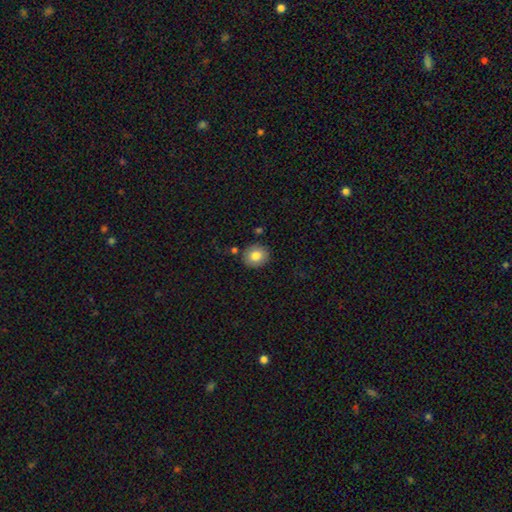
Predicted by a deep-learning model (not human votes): This appears to be a smooth galaxy with no disk features (81%) that is round (78%). Merging: none (86%).